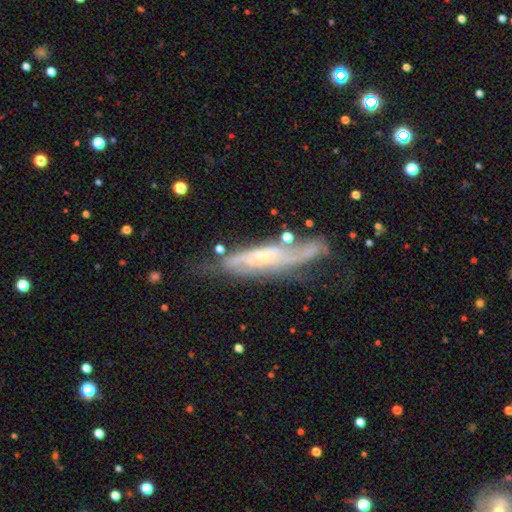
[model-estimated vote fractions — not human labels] A featured or disk galaxy (69%) viewed edge-on (55%). Merging: none (65%).